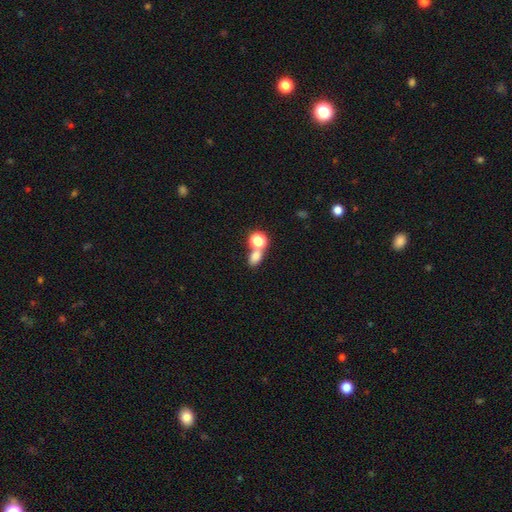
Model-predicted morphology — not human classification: smooth_or_featured: smooth (p=0.75) [alt: star or artifact p=0.16]
how_rounded: in between (p=0.66) [alt: round p=0.32]
merging: none (p=0.45) [alt: merger p=0.42]